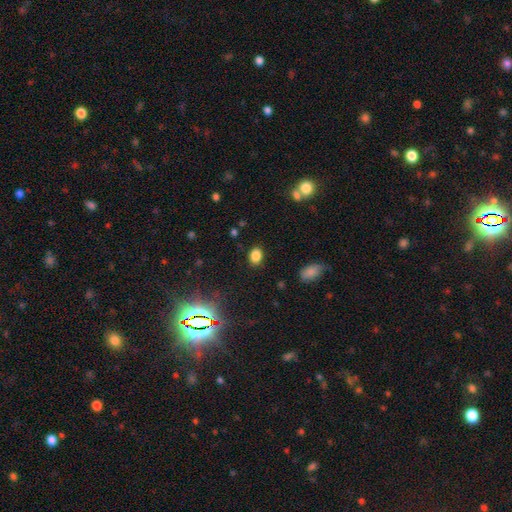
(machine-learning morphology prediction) Smooth or featured: smooth — 82% (star or artifact — 13%)
How rounded: in between — 75% (round — 24%)
Merging: none — 85% (minor disturbance — 10%)